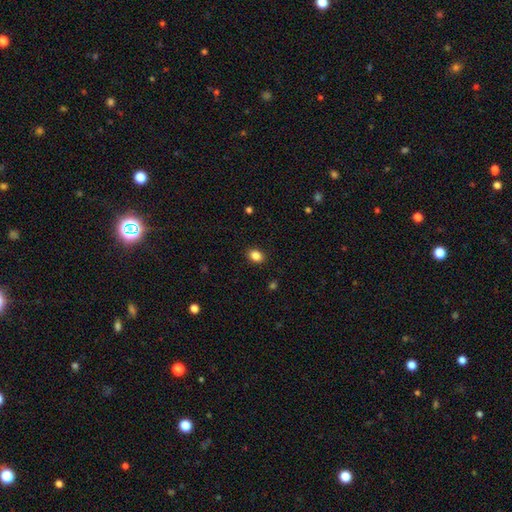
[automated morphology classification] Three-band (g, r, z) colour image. It shows a smooth galaxy with no disk features (86%) that is in between round and cigar-shaped (63%). Merging: none (89%).